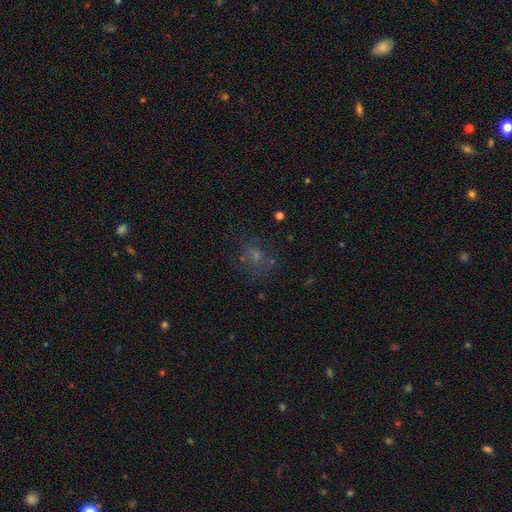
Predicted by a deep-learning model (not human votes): smooth_or_featured: smooth (p=0.42) [alt: star or artifact p=0.33]
merging: none (p=0.64) [alt: minor disturbance p=0.17]